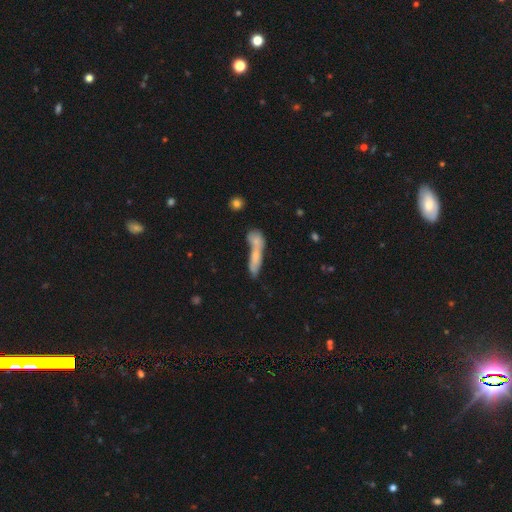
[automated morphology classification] Smooth or featured: smooth — 64% (featured or disk — 25%)
How rounded: cigar-shaped — 70% (in between — 25%)
Merging: merger — 51% (none — 33%)